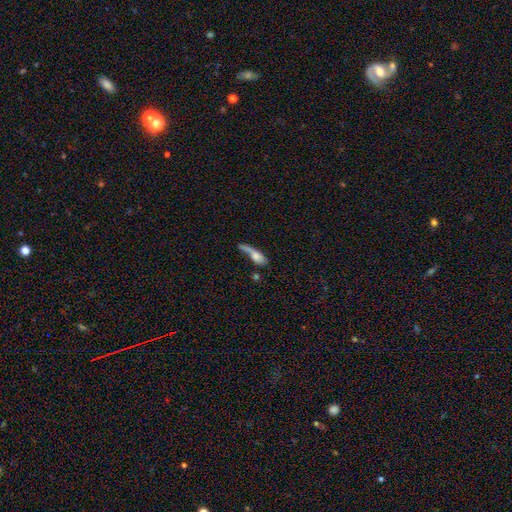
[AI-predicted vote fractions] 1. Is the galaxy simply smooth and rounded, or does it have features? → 63% smooth, 29% featured or disk, 8% star or artifact.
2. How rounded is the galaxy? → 48% cigar-shaped, 46% in between, 6% round.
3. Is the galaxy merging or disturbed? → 30% major disturbance, 28% none, 24% merger, 18% minor disturbance.